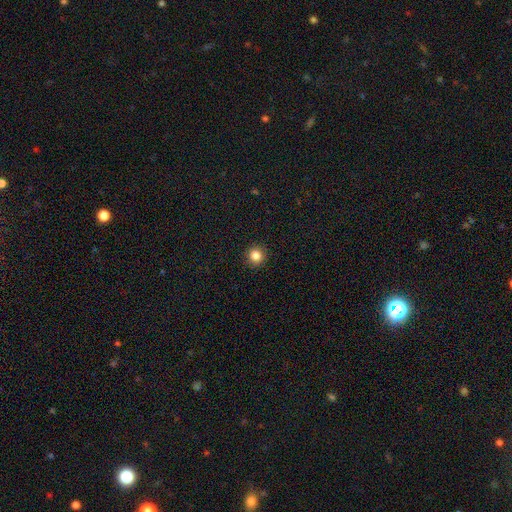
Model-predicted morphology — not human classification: This is clearly a smooth galaxy (84%). How rounded: clearly round (94%). Merging: clearly none (92%).